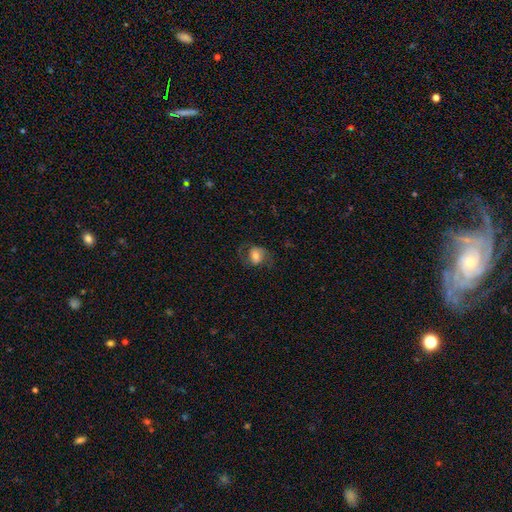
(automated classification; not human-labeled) Smooth or featured? featured or disk (50%)
Edge-on disk? no (96%)
Merging? none (66%)